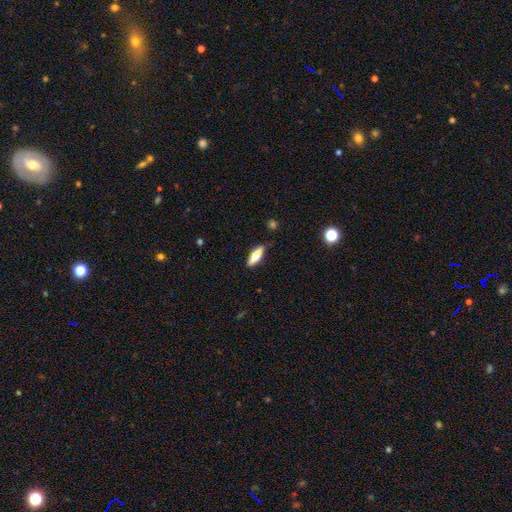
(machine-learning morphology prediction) This appears to be a smooth galaxy with no disk features (60%) that is in between round and cigar-shaped (61%). Merging: none (66%).